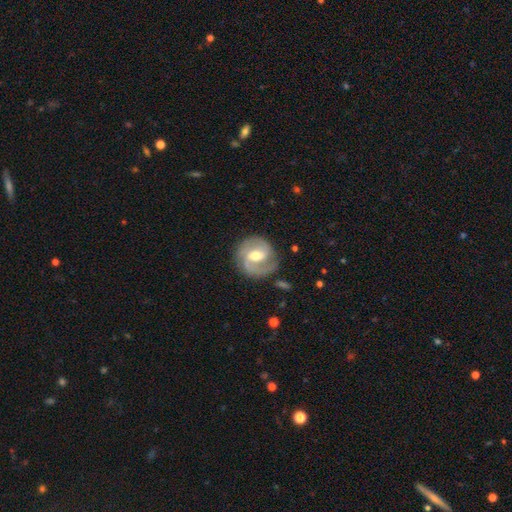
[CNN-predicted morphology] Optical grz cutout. It shows a featured or disk galaxy (83%) with a weak bar (51%), 2 (82%) medium (46%) spiral arms (94%) and a moderate central bulge (69%). Merging: none (79%).